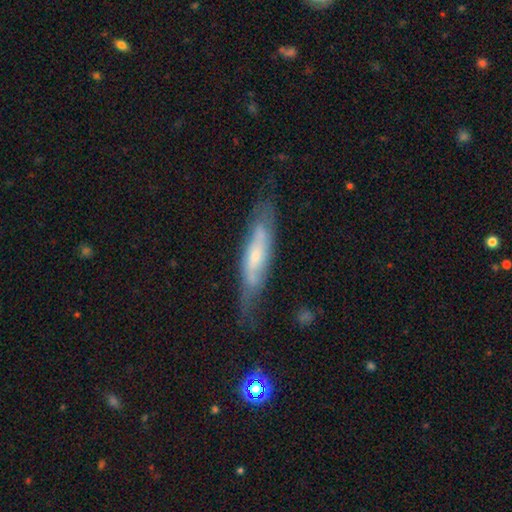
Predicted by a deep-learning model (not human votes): smooth_or_featured: featured or disk (p=0.61) [alt: smooth p=0.32]
disk_edge_on: no (p=0.52) [alt: yes p=0.48]
merging: none (p=0.65) [alt: minor disturbance p=0.24]